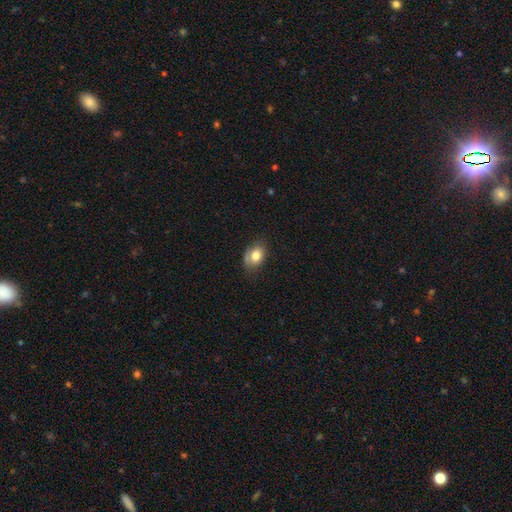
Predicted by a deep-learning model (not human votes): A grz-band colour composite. It shows a smooth galaxy with no disk features (78%) that is in between round and cigar-shaped (76%). Merging: none (66%).